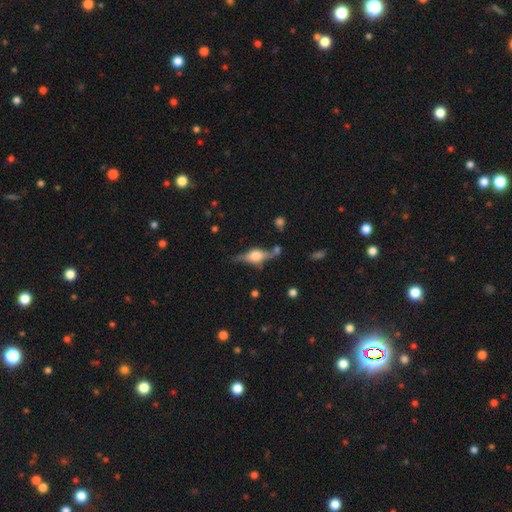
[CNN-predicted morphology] featured or disk 70%, smooth 22%, star or artifact 8%. Down the decision tree: edge-on disk — yes (94%); edge-on bulge — rounded (87%); merging — none (68%).